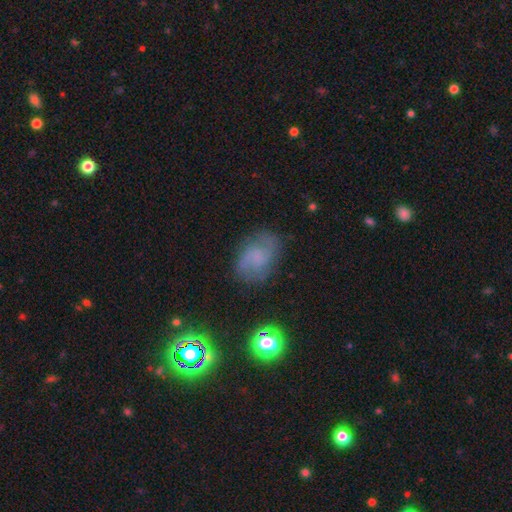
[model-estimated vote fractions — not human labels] This appears to be a featured or disk galaxy (62%) with no bar (60%), 2 (75%) medium (48%) spiral arms (91%) and no central bulge (50%). Merging: none (73%).